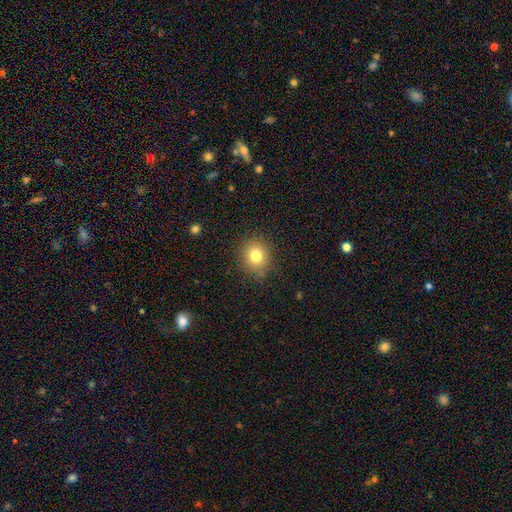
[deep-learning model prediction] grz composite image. It shows a smooth galaxy with no disk features (79%) that is round (79%). Merging: none (84%).